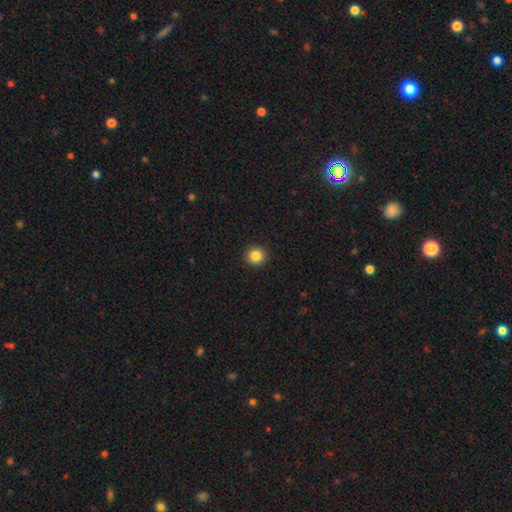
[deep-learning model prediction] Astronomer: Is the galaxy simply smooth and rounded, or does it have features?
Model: smooth — 85%.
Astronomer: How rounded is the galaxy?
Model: round — 94%.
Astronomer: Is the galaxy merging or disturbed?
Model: none — 93%.